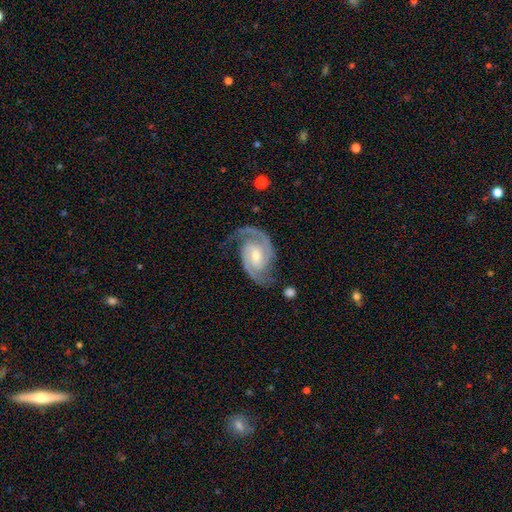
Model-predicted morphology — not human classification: Smooth or featured: featured or disk — 93% (star or artifact — 4%)
Edge-on disk: no — 98% (yes — 2%)
Bar: weak — 48% (no — 35%)
Spiral arms: yes — 99% (no — 1%)
Spiral winding: medium — 55% (tight — 35%)
Spiral arm count: 2 — 93% (3 — 2%)
Bulge size: moderate — 48% (small — 47%)
Merging: none — 77% (minor disturbance — 15%)